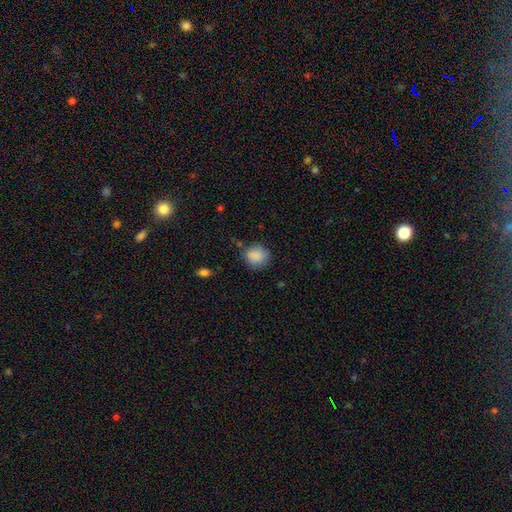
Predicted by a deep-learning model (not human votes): Morphology: type=smooth (87%); roundness=round (78%); merging=none (74%).